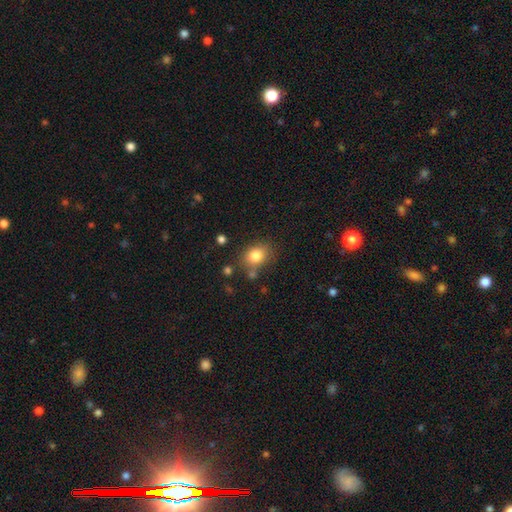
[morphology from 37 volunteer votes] type=smooth (89%); roundness=round (61%); merging=none (71%).